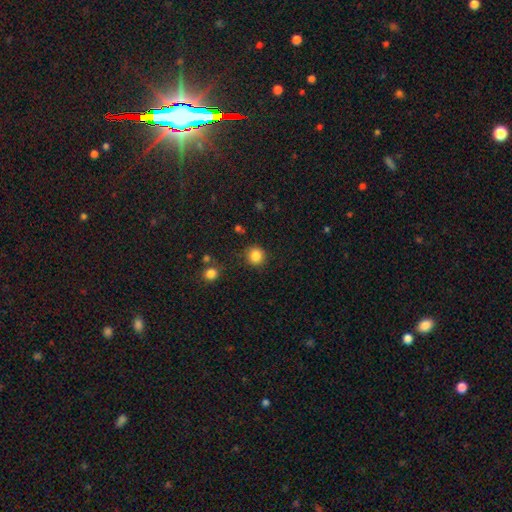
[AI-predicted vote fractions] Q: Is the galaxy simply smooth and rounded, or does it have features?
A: smooth — 85%.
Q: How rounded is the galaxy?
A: round — 91%.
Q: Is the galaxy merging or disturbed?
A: none — 87%.